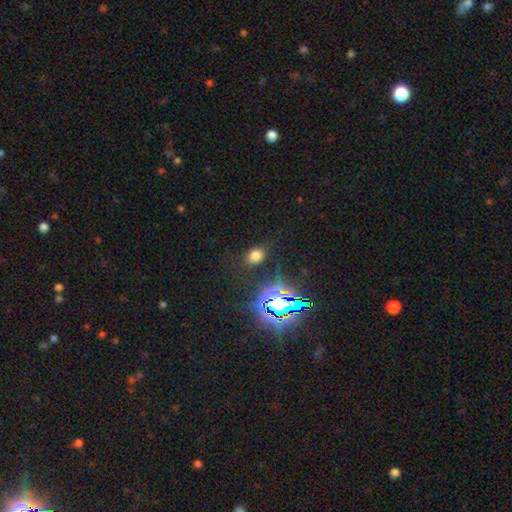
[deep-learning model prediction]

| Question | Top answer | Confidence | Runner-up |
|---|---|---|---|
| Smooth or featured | smooth | 66% | star or artifact (26%) |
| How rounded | in between | 69% | round (29%) |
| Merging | none | 82% | minor disturbance (11%) |